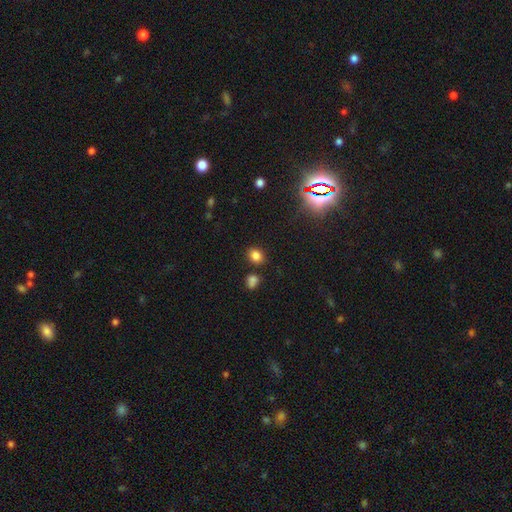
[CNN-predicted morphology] Overall: smooth (82%). How rounded: round (51%; in between 48%). Merging: none (81%).